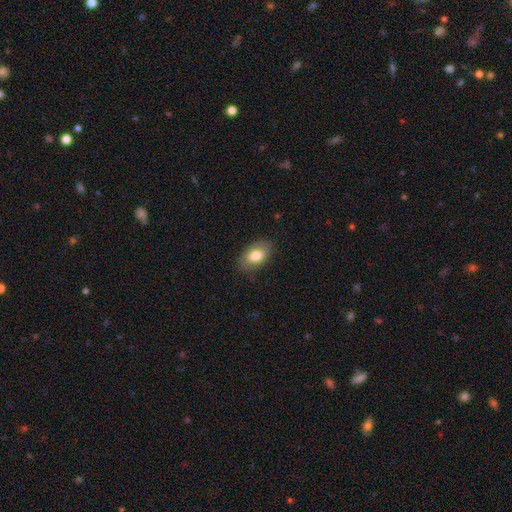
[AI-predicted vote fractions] This appears to be a smooth galaxy with no disk features (76%) that is in between round and cigar-shaped (91%). Merging: none (81%).